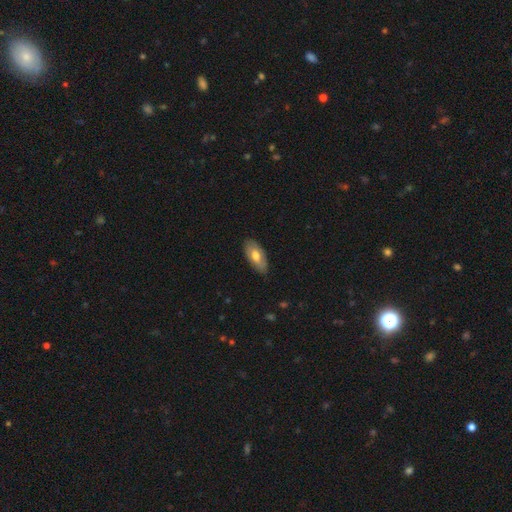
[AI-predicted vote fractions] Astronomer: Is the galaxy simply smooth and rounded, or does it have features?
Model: smooth — 63%.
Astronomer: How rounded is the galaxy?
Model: in between — 90%.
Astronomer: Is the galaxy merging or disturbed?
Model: none — 82%.